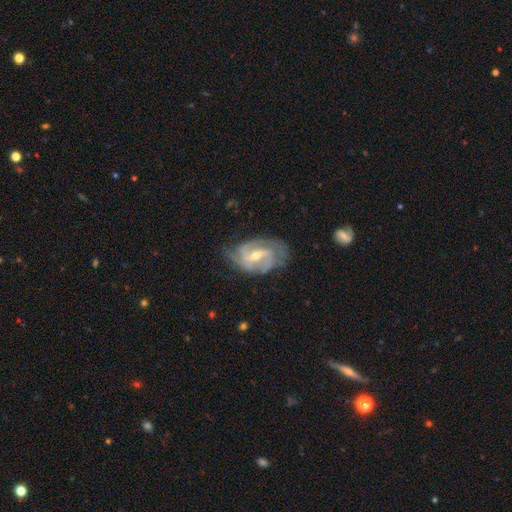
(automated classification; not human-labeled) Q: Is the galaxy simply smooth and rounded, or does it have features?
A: featured or disk — 88%.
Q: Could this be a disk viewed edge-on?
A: no — 96%.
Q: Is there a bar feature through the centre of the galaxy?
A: weak — 48%.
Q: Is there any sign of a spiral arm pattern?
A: yes — 96%.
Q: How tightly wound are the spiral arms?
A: medium — 47%.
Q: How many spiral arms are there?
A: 2 — 64%.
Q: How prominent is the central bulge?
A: moderate — 53%.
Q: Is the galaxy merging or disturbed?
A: none — 64%.